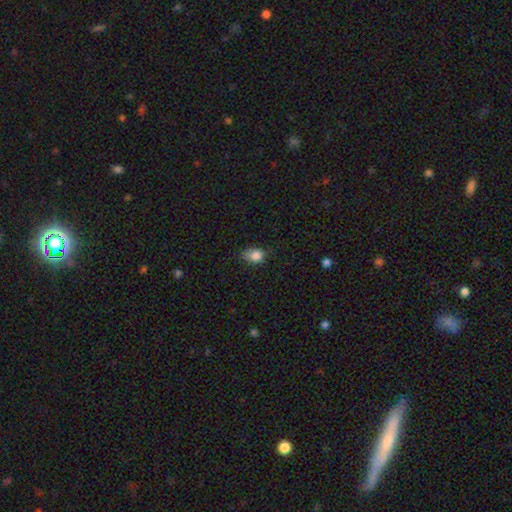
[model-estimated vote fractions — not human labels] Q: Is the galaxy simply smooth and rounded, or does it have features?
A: smooth — 84%.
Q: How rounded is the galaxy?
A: in between — 64%.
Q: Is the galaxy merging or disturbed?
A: none — 54%.